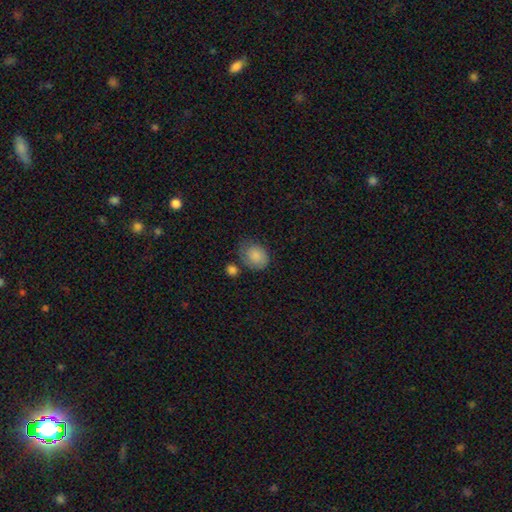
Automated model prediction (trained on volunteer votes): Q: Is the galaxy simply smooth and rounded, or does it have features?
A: smooth — 81%.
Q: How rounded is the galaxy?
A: in between — 60%.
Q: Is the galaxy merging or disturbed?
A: none — 53%.